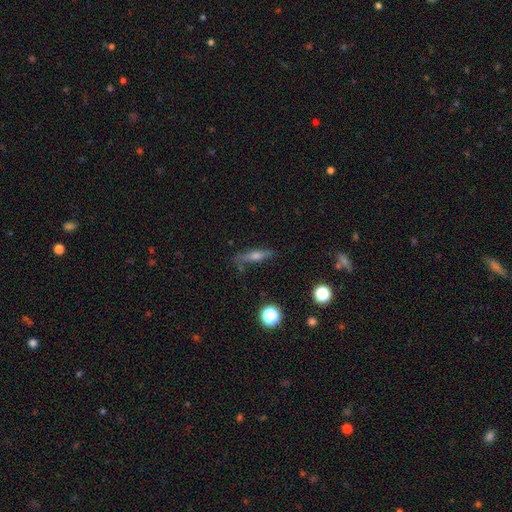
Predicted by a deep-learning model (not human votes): Morphology: type=featured or disk (49%); merging=none (78%).